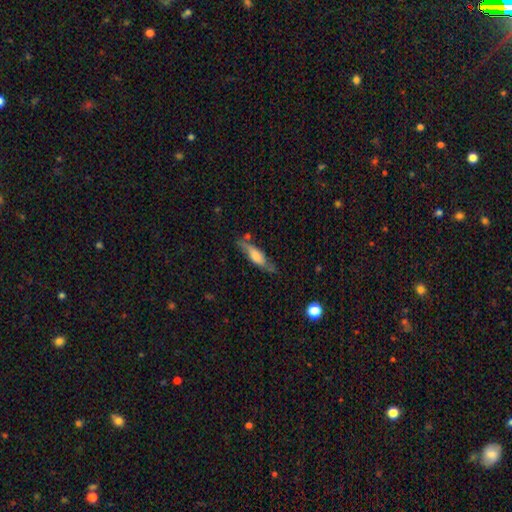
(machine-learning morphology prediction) smooth 51%, featured or disk 42%, star or artifact 7%. Down the decision tree: how rounded — cigar-shaped (60%); merging — none (67%).